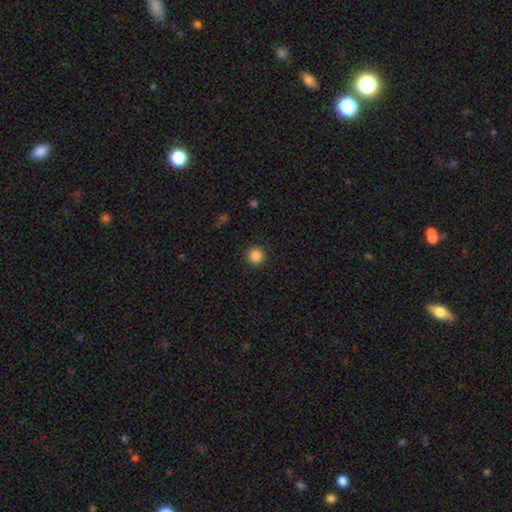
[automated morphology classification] This appears to be a smooth galaxy with no disk features (87%) that is round (95%). Merging: none (91%).